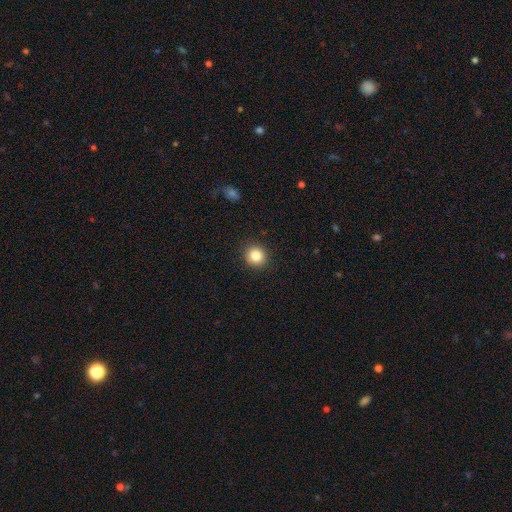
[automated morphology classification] smooth 84%, star or artifact 11%, featured or disk 6%. Down the decision tree: how rounded — round (92%); merging — none (91%).